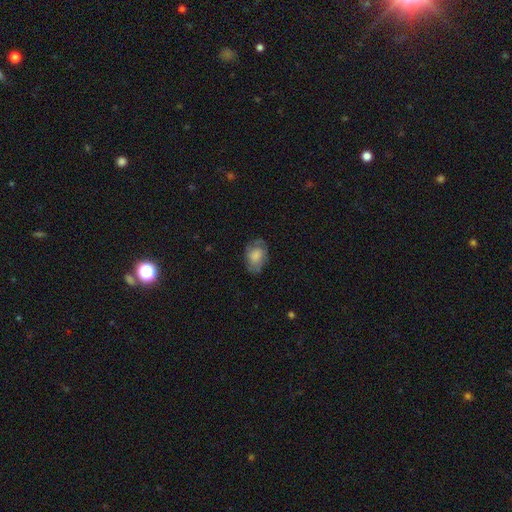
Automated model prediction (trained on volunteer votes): smooth 70%, featured or disk 22%, star or artifact 8%. Down the decision tree: how rounded — in between (84%); merging — none (66%).